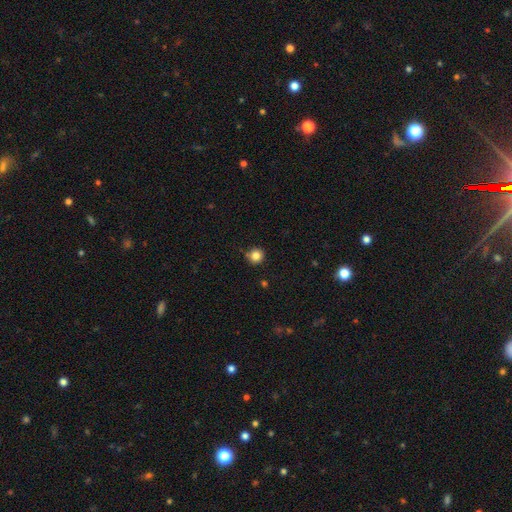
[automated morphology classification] Q: Smooth or featured?
A: smooth (84%); runner-up: star or artifact (11%)
Q: How rounded?
A: round (93%); runner-up: in between (6%)
Q: Merging?
A: none (83%); runner-up: minor disturbance (11%)